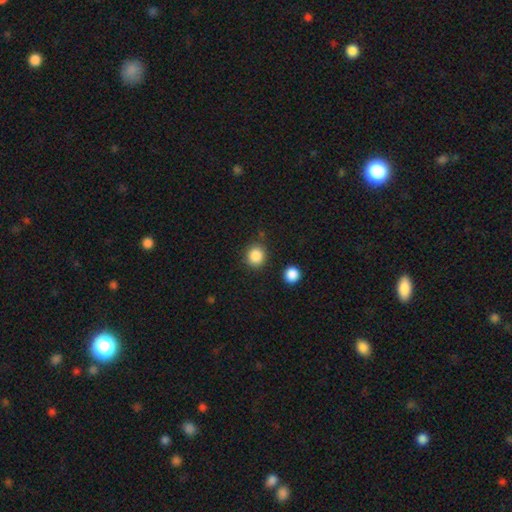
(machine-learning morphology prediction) Smooth or featured? Predicted: smooth (p=0.87). How rounded? Predicted: round (p=0.84). Merging? Predicted: none (p=0.83).